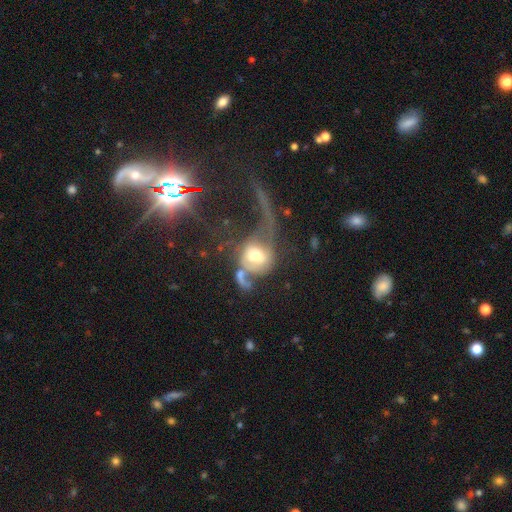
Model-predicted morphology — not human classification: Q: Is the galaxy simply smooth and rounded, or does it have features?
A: featured or disk — 49%.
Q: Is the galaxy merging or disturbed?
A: major disturbance — 52%.